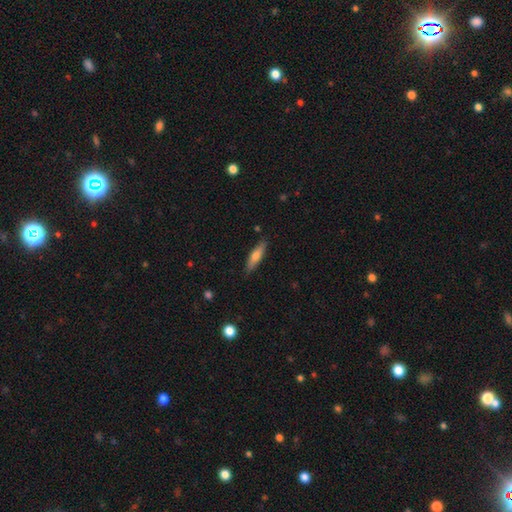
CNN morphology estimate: Smooth or featured?
  - smooth: 64% *
  - featured or disk: 30%
  - star or artifact: 6%
How rounded?
  - cigar-shaped: 73% *
  - in between: 25%
  - round: 2%
Merging?
  - none: 85% *
  - minor disturbance: 11%
  - major disturbance: 2%
  - merger: 1%